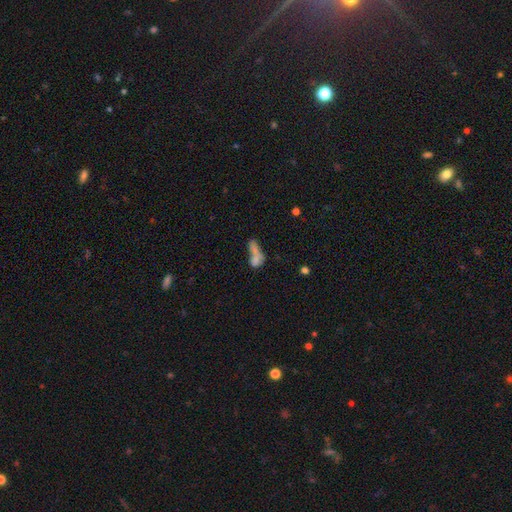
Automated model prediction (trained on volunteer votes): smooth 64%, featured or disk 23%, star or artifact 13%. Down the decision tree: how rounded — in between (69%); merging — merger (54%).